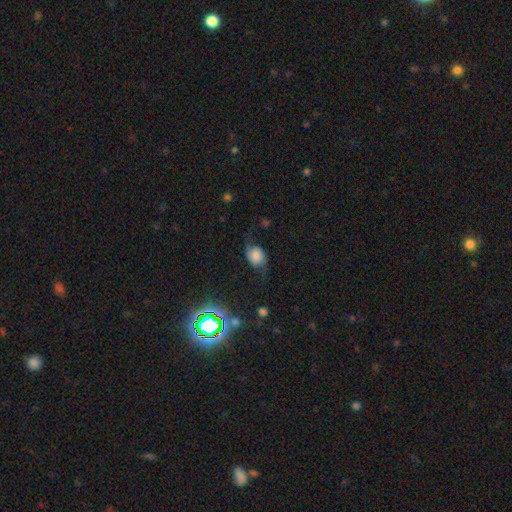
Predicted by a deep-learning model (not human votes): Smooth or featured? featured or disk (46%)
Merging? none (56%)